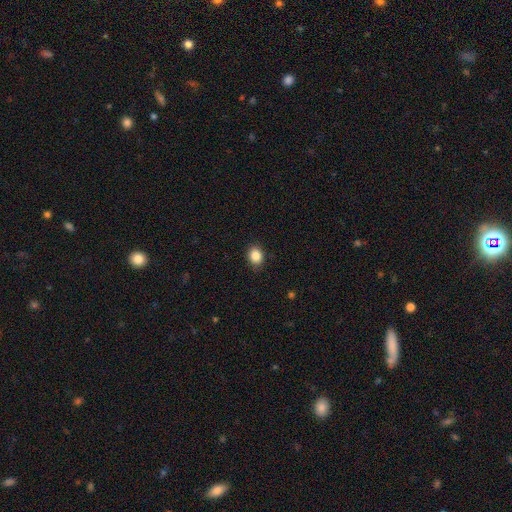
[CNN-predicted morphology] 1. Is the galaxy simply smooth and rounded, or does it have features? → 87% smooth, 9% star or artifact, 4% featured or disk.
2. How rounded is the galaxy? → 53% round, 46% in between, 1% cigar-shaped.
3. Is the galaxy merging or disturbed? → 88% none, 9% minor disturbance, 2% major disturbance, 1% merger.